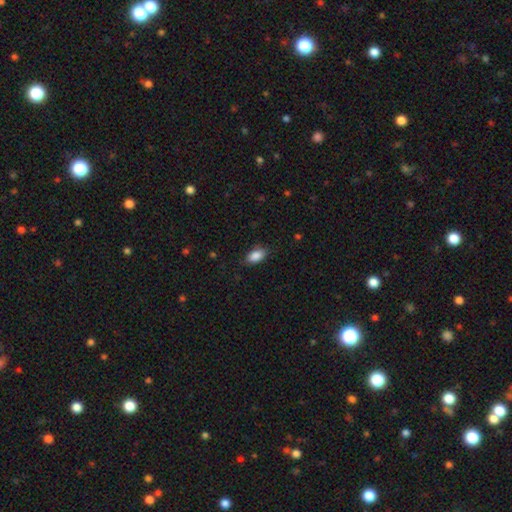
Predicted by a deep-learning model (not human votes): The model was most divided on "merging": none: 82%, minor disturbance: 14%, major disturbance: 3%, merger: 1%. More confident: how rounded — in between (92%); smooth or featured — smooth (88%).